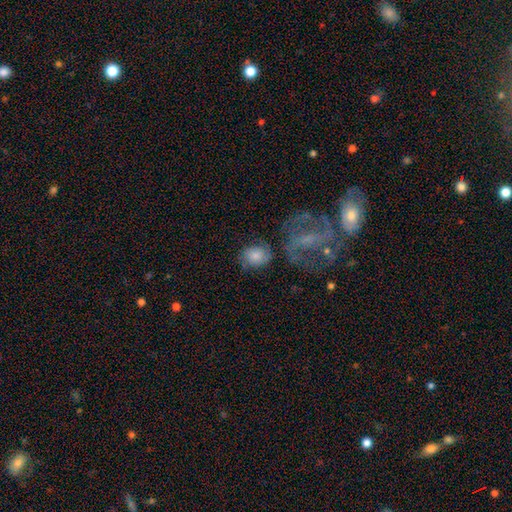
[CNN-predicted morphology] Smooth or featured: smooth — 71% (featured or disk — 20%)
How rounded: round — 59% (in between — 40%)
Merging: none — 65% (minor disturbance — 18%)